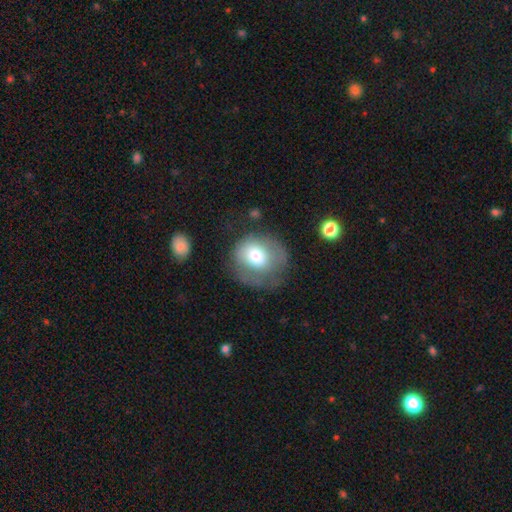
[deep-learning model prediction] Morphology: type=smooth (67%); roundness=round (75%); merging=none (40%).